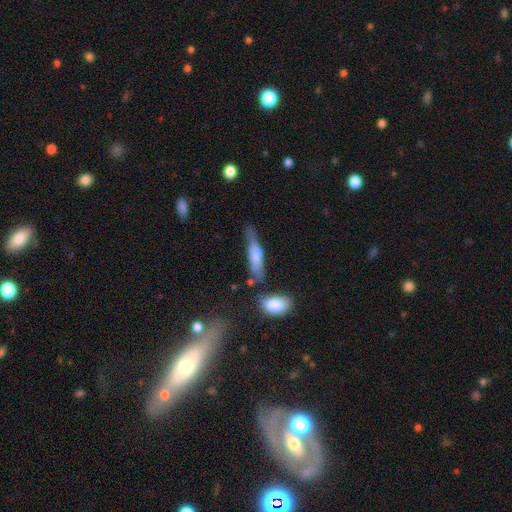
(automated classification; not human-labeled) This is likely a smooth galaxy (63%). How rounded: likely cigar-shaped (66%). Merging: marginally none (41%).